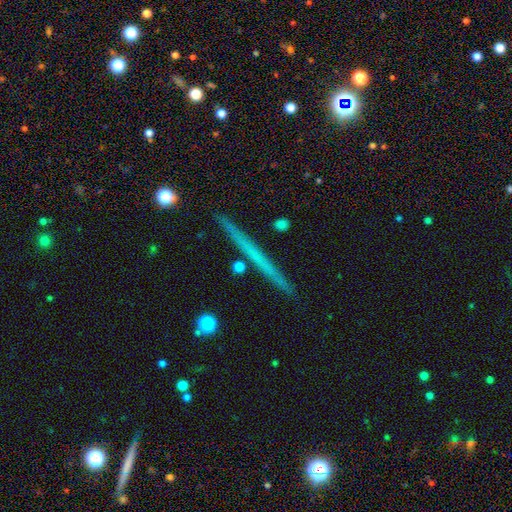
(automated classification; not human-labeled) Smooth or featured: featured or disk — 56% (smooth — 35%)
Edge-on disk: yes — 98% (no — 2%)
Edge-on bulge: none — 88% (rounded — 9%)
Merging: none — 91% (minor disturbance — 6%)